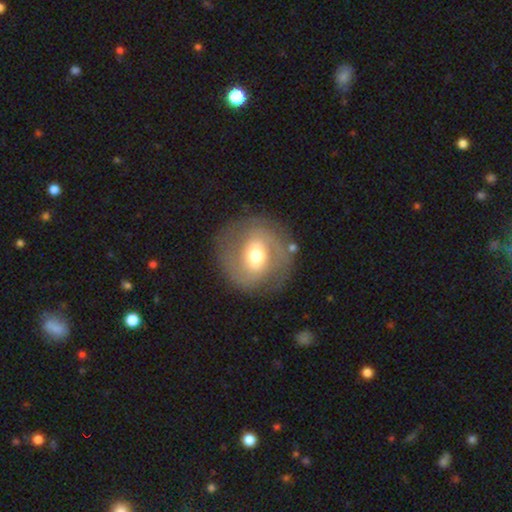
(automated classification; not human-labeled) Smooth or featured?
  - featured or disk: 65% *
  - smooth: 28%
  - star or artifact: 7%
Edge-on disk?
  - no: 96% *
  - yes: 4%
Bar?
  - weak: 43% *
  - no: 29%
  - strong: 28%
Spiral arms?
  - yes: 69% *
  - no: 31%
Bulge size?
  - moderate: 66% *
  - large: 17%
  - small: 14%
  - dominant: 2%
  - none: 1%
Merging?
  - none: 79% *
  - minor disturbance: 12%
  - major disturbance: 7%
  - merger: 2%